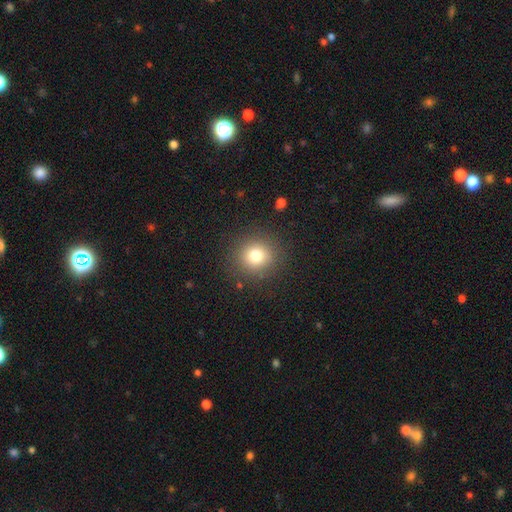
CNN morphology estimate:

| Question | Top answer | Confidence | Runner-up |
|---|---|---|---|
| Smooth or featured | smooth | 78% | star or artifact (13%) |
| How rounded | round | 90% | in between (9%) |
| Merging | none | 88% | minor disturbance (8%) |